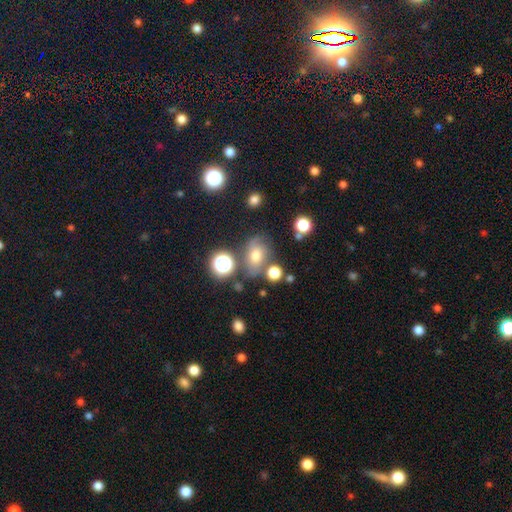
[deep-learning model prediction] Morphology: type=smooth (53%); roundness=in between (66%); merging=none (60%).